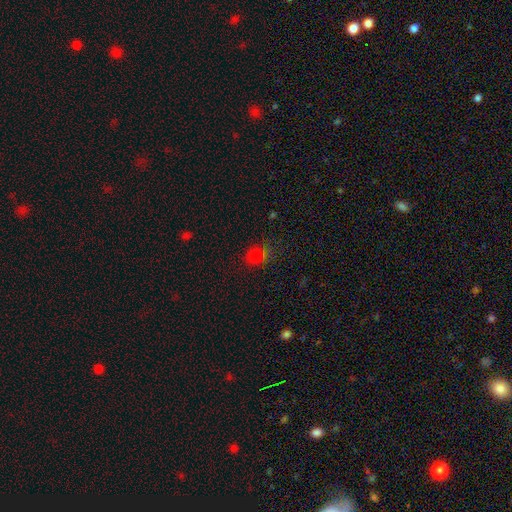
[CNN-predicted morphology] smooth-or-featured: smooth: 72% | star or artifact: 23% | featured or disk: 6%
  how-rounded: round: 62% | in between: 37% | cigar-shaped: 1%
  merging: none: 67% | minor disturbance: 20% | major disturbance: 8% | merger: 5%